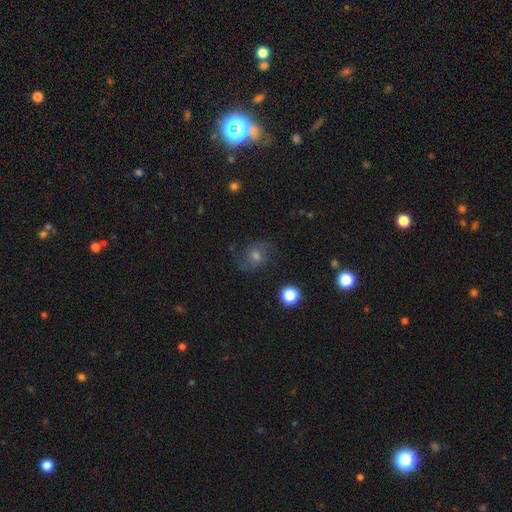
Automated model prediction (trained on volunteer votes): This appears to be a featured or disk galaxy (51%). Merging: none (73%).